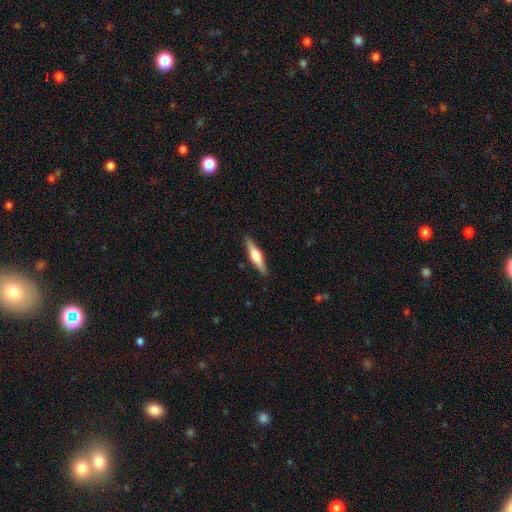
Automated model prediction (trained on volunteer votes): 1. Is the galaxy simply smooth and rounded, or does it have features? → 49% featured or disk, 45% smooth, 5% star or artifact.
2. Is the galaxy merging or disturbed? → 90% none, 7% minor disturbance, 2% major disturbance, 1% merger.